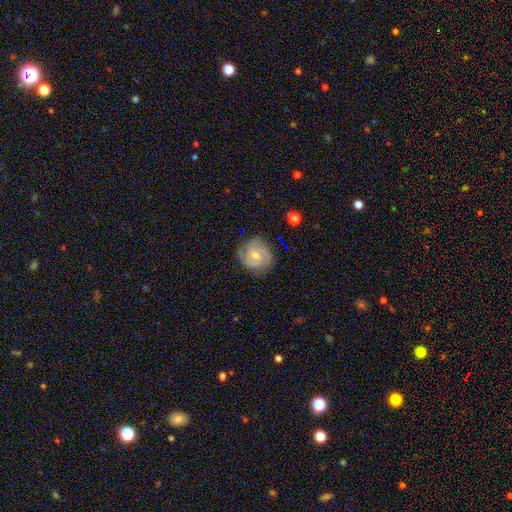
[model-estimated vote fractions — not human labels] Q: Smooth or featured?
A: featured or disk (73%); runner-up: smooth (20%)
Q: Edge-on disk?
A: no (98%); runner-up: yes (2%)
Q: Bar?
A: no (60%); runner-up: weak (35%)
Q: Spiral arms?
A: yes (94%); runner-up: no (6%)
Q: Spiral winding?
A: tight (54%); runner-up: medium (37%)
Q: Spiral arm count?
A: 2 (36%); runner-up: 3 (28%)
Q: Bulge size?
A: small (56%); runner-up: moderate (41%)
Q: Merging?
A: none (79%); runner-up: minor disturbance (15%)